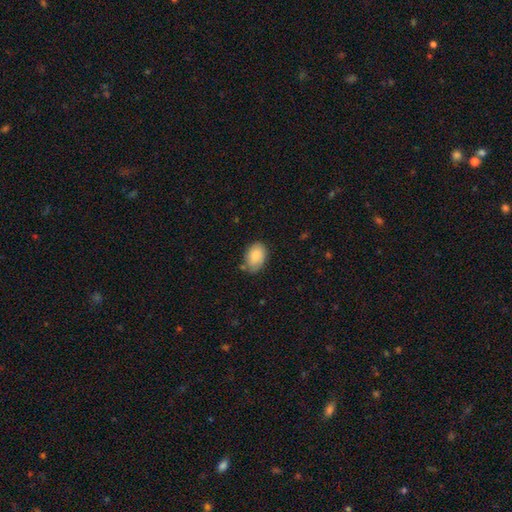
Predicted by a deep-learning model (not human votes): This is clearly a smooth galaxy (83%). How rounded: clearly in between (83%). Merging: likely none (68%).